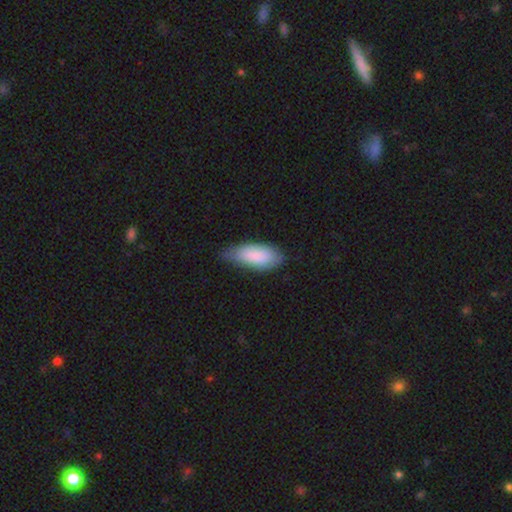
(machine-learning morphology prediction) A smooth galaxy with no disk features (84%) that is in between round and cigar-shaped (88%). Merging: none (53%).